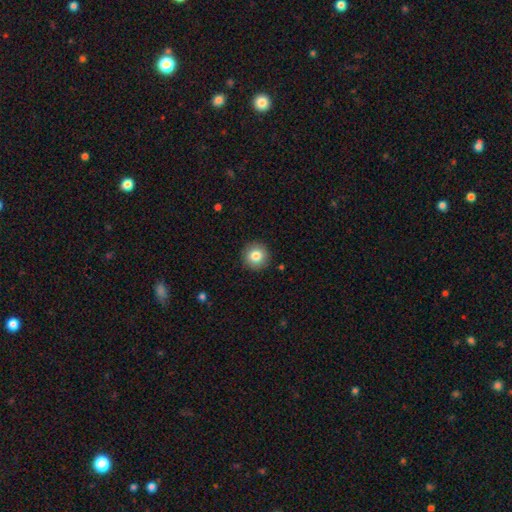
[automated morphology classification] Overall: smooth (83%). How rounded: round (95%). Merging: none (92%).